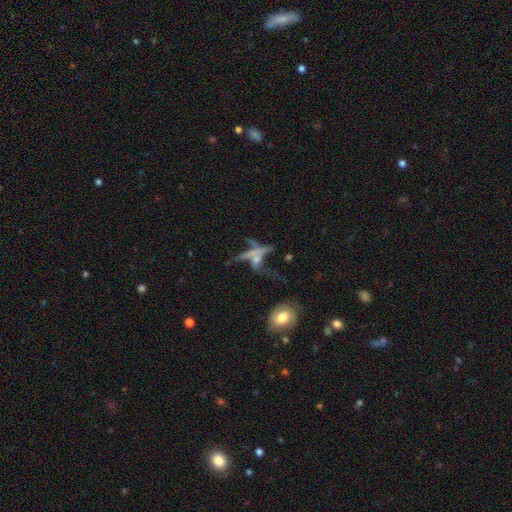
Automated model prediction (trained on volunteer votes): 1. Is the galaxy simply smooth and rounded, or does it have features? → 54% featured or disk, 29% smooth, 17% star or artifact.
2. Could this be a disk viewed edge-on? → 52% yes, 48% no.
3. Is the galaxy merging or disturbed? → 36% merger, 33% none, 18% major disturbance, 13% minor disturbance.